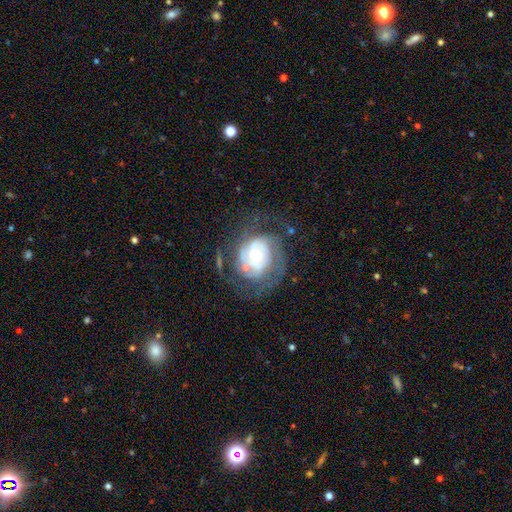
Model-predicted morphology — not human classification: Smooth or featured: featured or disk — 78% (smooth — 15%)
Edge-on disk: no — 97% (yes — 3%)
Bar: no — 74% (weak — 21%)
Spiral arms: yes — 85% (no — 15%)
Spiral winding: tight — 57% (medium — 31%)
Spiral arm count: can't tell — 36% (2 — 35%)
Bulge size: moderate — 56% (small — 28%)
Merging: none — 52% (major disturbance — 23%)